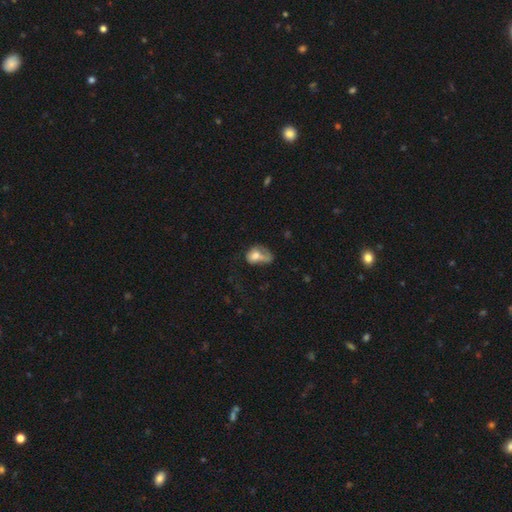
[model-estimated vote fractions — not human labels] smooth-or-featured: smooth: 64% | featured or disk: 26% | star or artifact: 10%
  how-rounded: in between: 72% | round: 27% | cigar-shaped: 2%
  merging: major disturbance: 39% | minor disturbance: 23% | none: 20% | merger: 18%